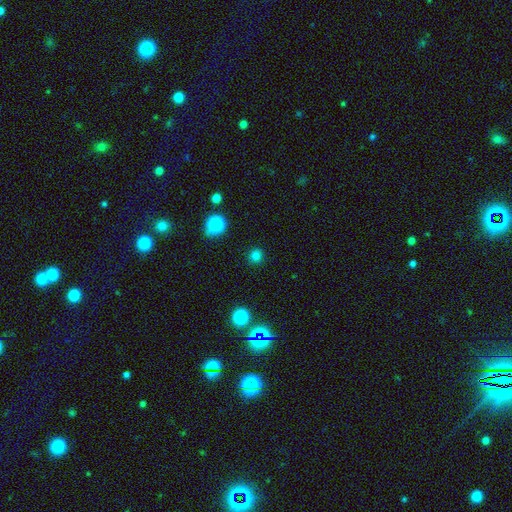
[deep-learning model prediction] smooth 79%, star or artifact 17%, featured or disk 5%. Down the decision tree: how rounded — round (93%); merging — none (91%).